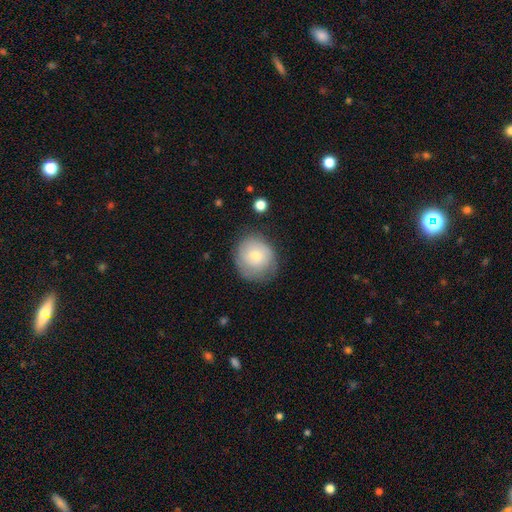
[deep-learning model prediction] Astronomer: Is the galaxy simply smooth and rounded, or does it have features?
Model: smooth — 68%.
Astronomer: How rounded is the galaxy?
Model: round — 82%.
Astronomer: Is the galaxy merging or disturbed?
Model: none — 68%.